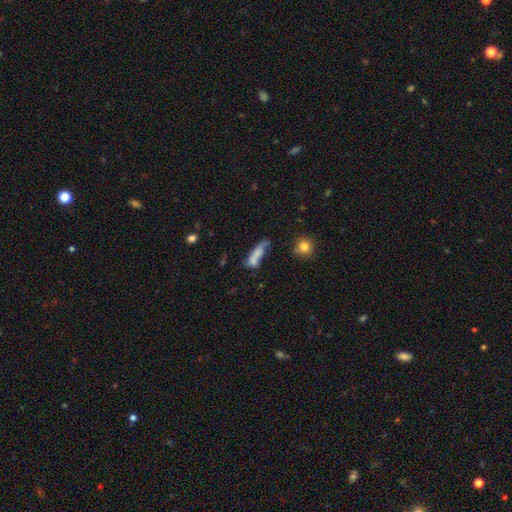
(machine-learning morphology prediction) Smooth or featured? smooth (67%)
How rounded? cigar-shaped (51%)
Merging? merger (34%)